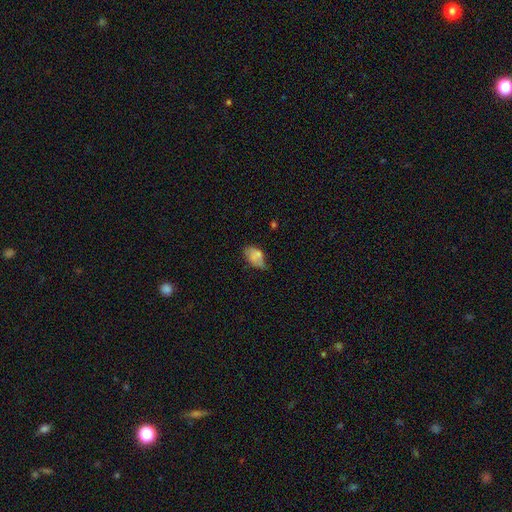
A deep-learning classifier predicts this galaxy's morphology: Overall: smooth (69%). How rounded: in between (91%). Merging: minor disturbance (38%; none 33%).